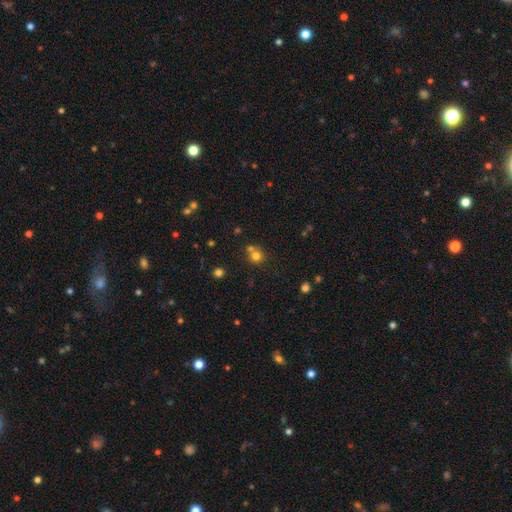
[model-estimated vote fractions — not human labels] smooth_or_featured: smooth (p=0.73) [alt: star or artifact p=0.18]
how_rounded: round (p=0.88) [alt: in between p=0.11]
merging: none (p=0.55) [alt: merger p=0.33]